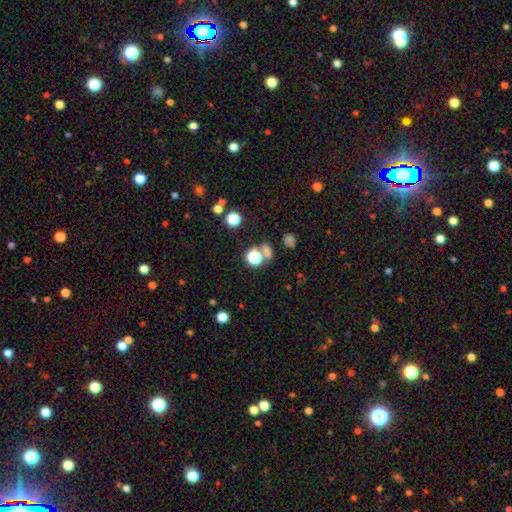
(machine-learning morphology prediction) Smooth or featured? Predicted: smooth (p=0.51). How rounded? Predicted: round (p=0.77). Merging? Predicted: none (p=0.64).